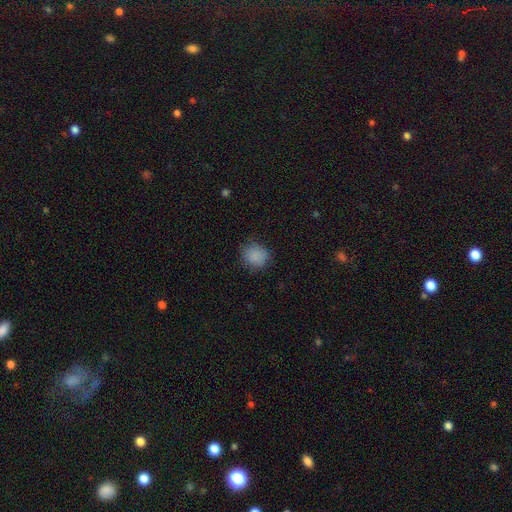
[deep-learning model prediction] A smooth galaxy with no disk features (86%) that is round (80%).

Vote fractions:
- Smooth or featured? smooth: 86% / star or artifact: 10% / featured or disk: 4%
- How rounded? round: 80% / in between: 20% / cigar-shaped: 1%
- Merging? none: 80% / minor disturbance: 15% / major disturbance: 4% / merger: 1%